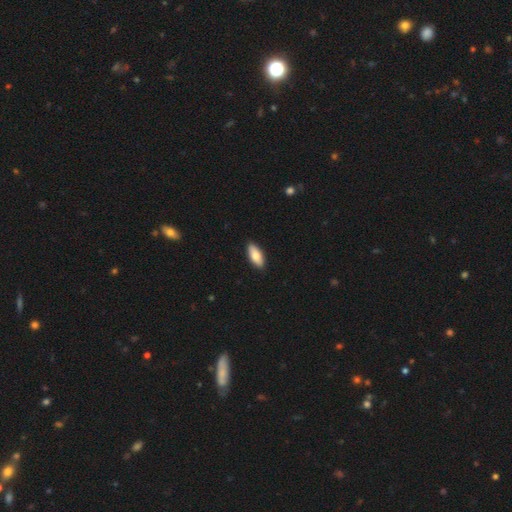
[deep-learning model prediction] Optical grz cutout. It shows a smooth galaxy with no disk features (78%) that is in between round and cigar-shaped (85%). Merging: none (90%).